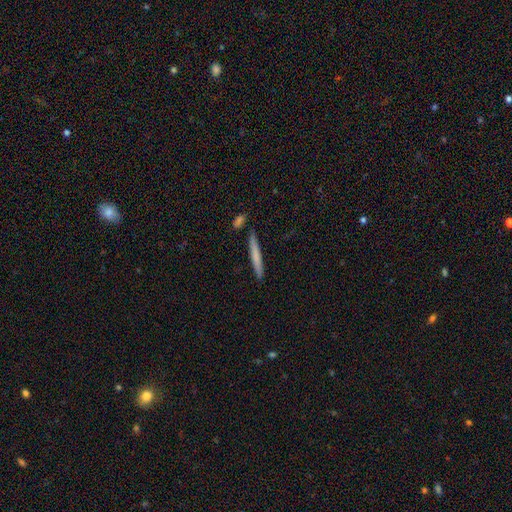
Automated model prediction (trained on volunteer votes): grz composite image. It shows a smooth galaxy with no disk features (67%) that is cigar-shaped (96%). Merging: none (86%).